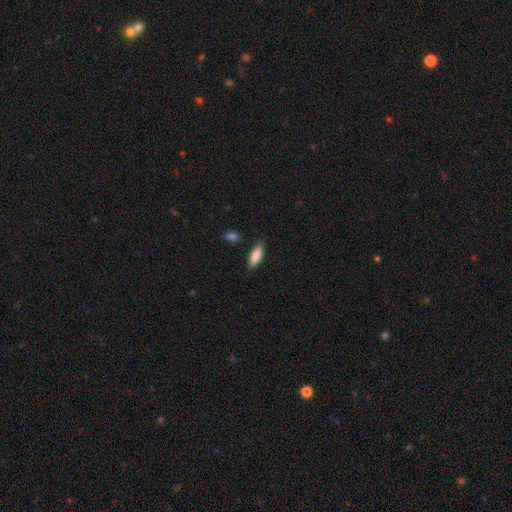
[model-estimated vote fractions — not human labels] A smooth galaxy with no disk features (86%) that is in between round and cigar-shaped (75%). Merging: none (84%).